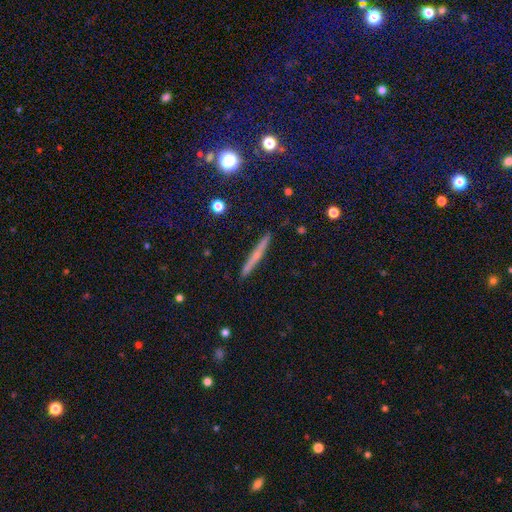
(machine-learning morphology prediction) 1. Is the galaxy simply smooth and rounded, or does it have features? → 50% featured or disk, 38% smooth, 11% star or artifact.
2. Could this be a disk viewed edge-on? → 97% yes, 3% no.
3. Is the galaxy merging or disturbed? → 91% none, 7% minor disturbance, 1% major disturbance, 1% merger.